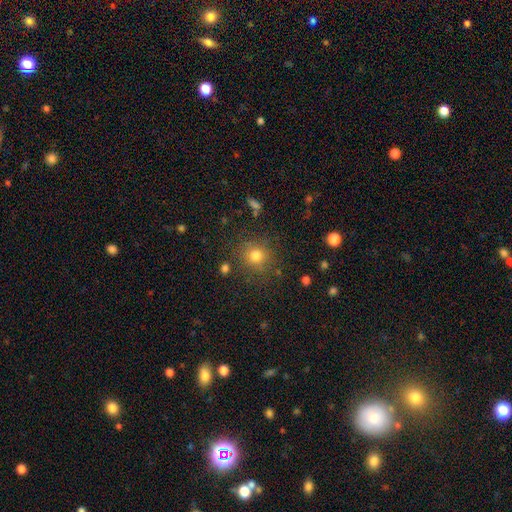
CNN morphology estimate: Smooth or featured: smooth — 77% (star or artifact — 15%)
How rounded: round — 87% (in between — 12%)
Merging: none — 83% (minor disturbance — 10%)